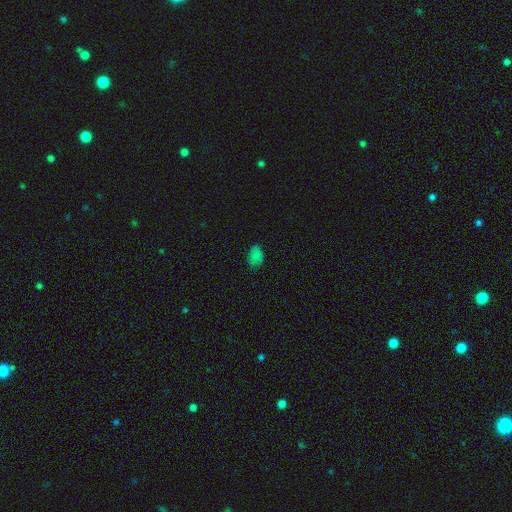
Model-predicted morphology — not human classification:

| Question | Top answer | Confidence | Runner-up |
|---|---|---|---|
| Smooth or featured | smooth | 77% | star or artifact (17%) |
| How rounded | in between | 87% | round (11%) |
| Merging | none | 73% | minor disturbance (21%) |